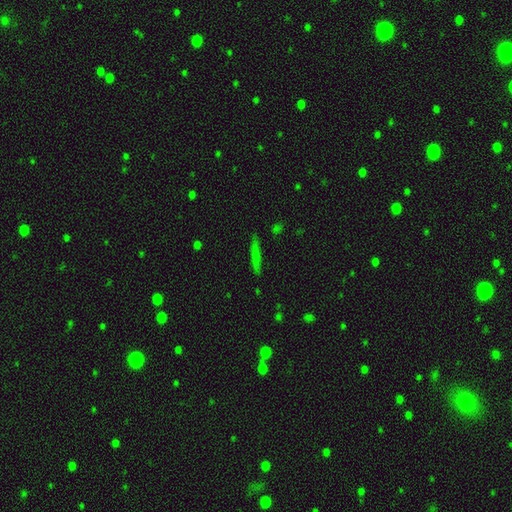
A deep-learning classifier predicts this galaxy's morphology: type=smooth (65%); roundness=cigar-shaped (92%); merging=none (87%).